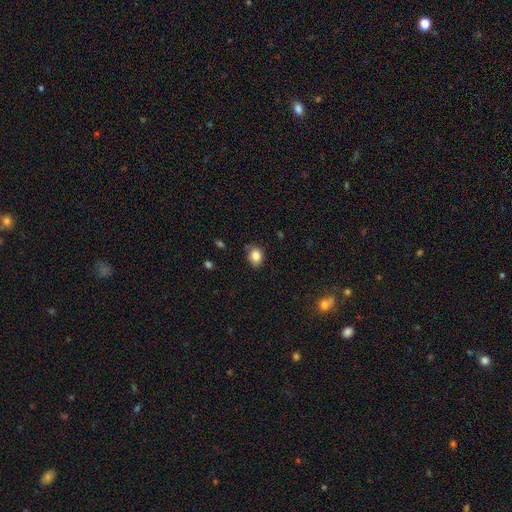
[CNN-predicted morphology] Smooth or featured? Predicted: smooth (p=0.84). How rounded? Predicted: round (p=0.50). Merging? Predicted: none (p=0.65).